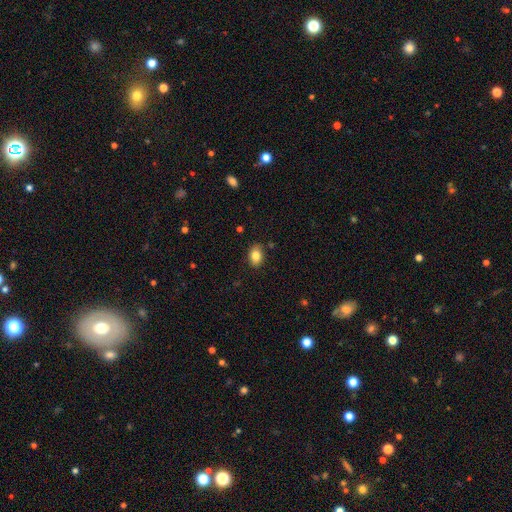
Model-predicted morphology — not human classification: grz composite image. It shows a smooth galaxy with no disk features (83%) that is in between round and cigar-shaped (81%). Merging: none (85%).